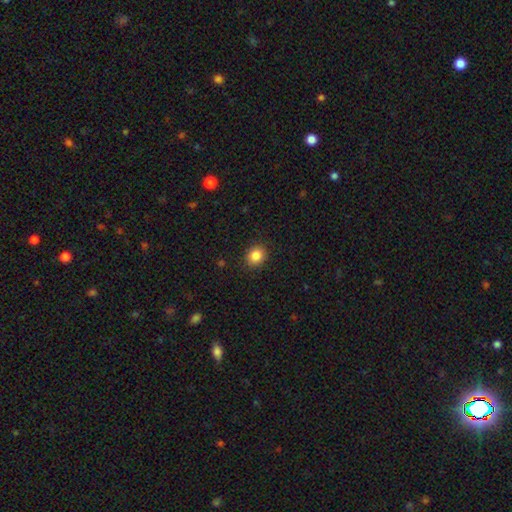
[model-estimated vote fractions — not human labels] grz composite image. It shows a smooth galaxy with no disk features (86%) that is round (73%). Merging: none (90%).